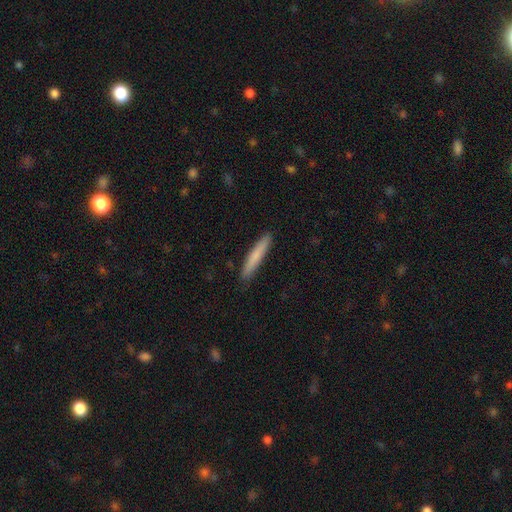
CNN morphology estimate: This appears to be a smooth galaxy with no disk features (76%) that is cigar-shaped (94%). Merging: none (90%).